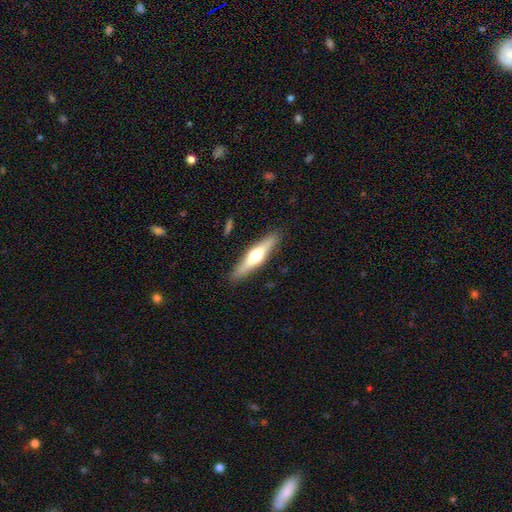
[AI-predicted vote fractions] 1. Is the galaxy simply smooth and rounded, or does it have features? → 56% featured or disk, 39% smooth, 5% star or artifact.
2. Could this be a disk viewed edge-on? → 94% yes, 6% no.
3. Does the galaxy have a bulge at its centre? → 93% rounded, 4% boxy, 3% none.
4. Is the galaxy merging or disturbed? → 89% none, 8% minor disturbance, 2% major disturbance, 1% merger.